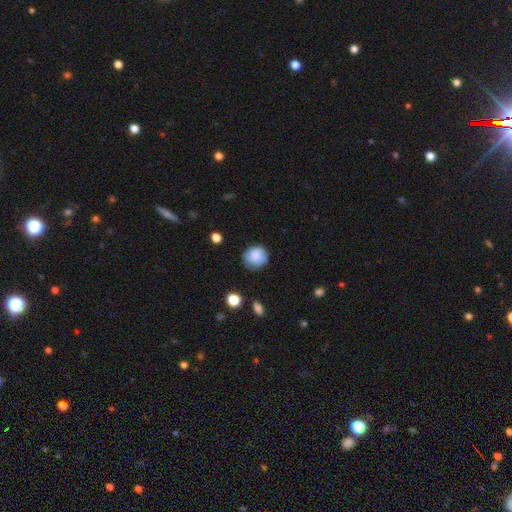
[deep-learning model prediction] smooth 83%, featured or disk 8%, star or artifact 8%. Down the decision tree: how rounded — round (81%); merging — none (69%).